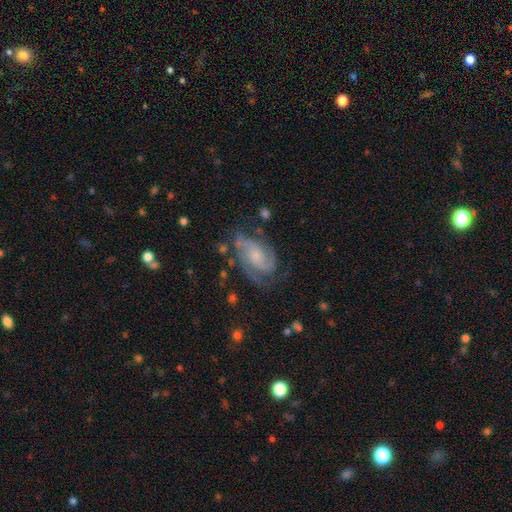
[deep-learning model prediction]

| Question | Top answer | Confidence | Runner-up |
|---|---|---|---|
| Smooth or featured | featured or disk | 81% | smooth (11%) |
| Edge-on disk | no | 97% | yes (3%) |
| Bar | no | 59% | weak (34%) |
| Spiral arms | yes | 95% | no (5%) |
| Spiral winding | medium | 44% | tight (42%) |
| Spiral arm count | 2 | 62% | can't tell (15%) |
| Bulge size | small | 50% | moderate (35%) |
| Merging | none | 63% | minor disturbance (21%) |